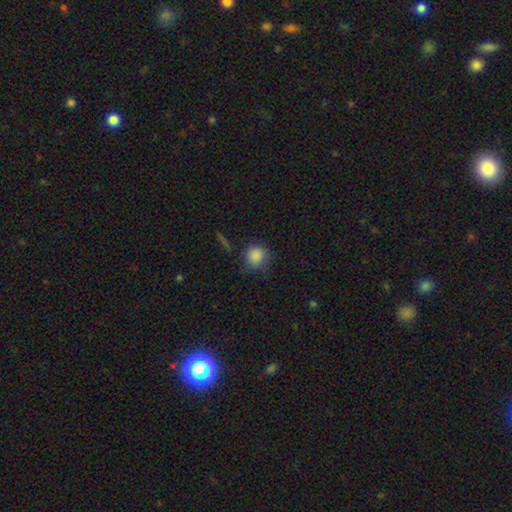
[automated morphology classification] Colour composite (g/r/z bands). It shows a smooth galaxy with no disk features (86%) that is round (89%). Merging: none (79%).